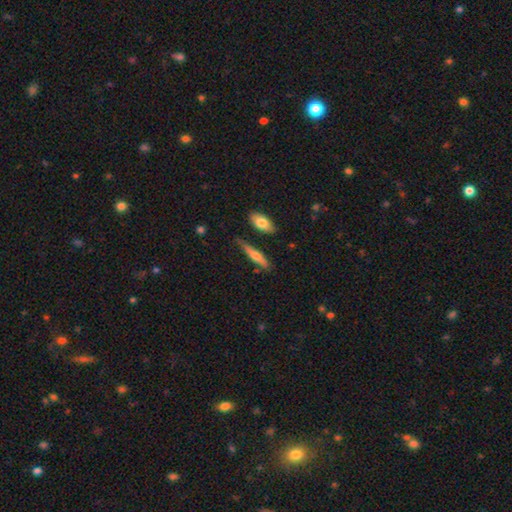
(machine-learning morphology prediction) type=smooth (56%); roundness=cigar-shaped (77%); merging=none (71%).